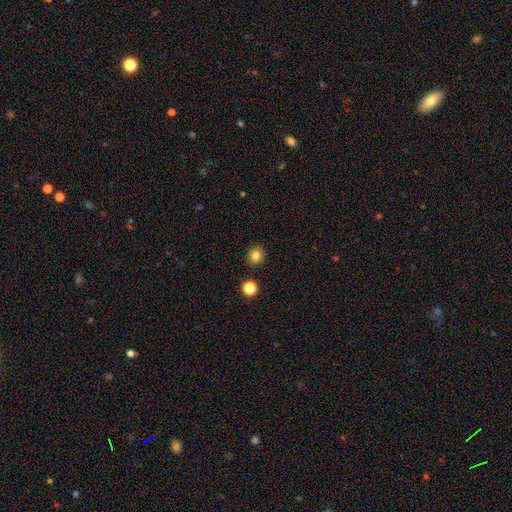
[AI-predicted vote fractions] This is clearly a smooth galaxy (81%). How rounded: clearly round (86%). Merging: clearly none (90%).